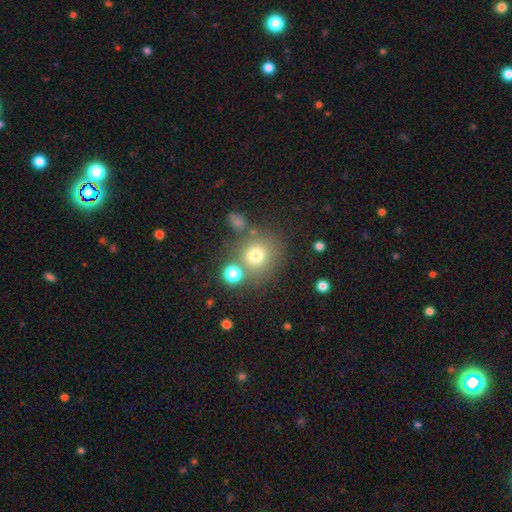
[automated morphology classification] type=smooth (71%); roundness=round (87%); merging=none (66%).